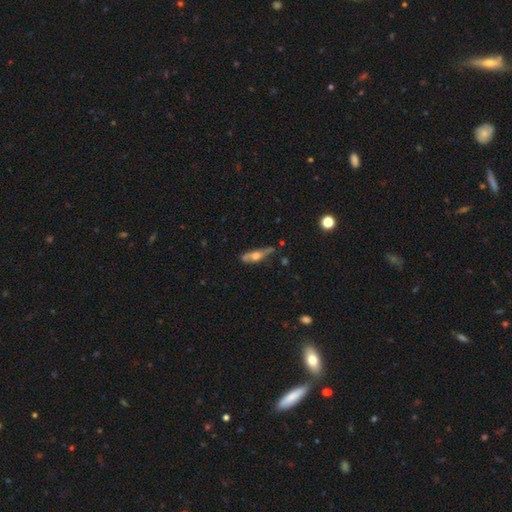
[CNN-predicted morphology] smooth_or_featured: featured or disk (p=0.52) [alt: smooth p=0.42]
disk_edge_on: yes (p=0.76) [alt: no p=0.24]
merging: none (p=0.54) [alt: minor disturbance p=0.29]